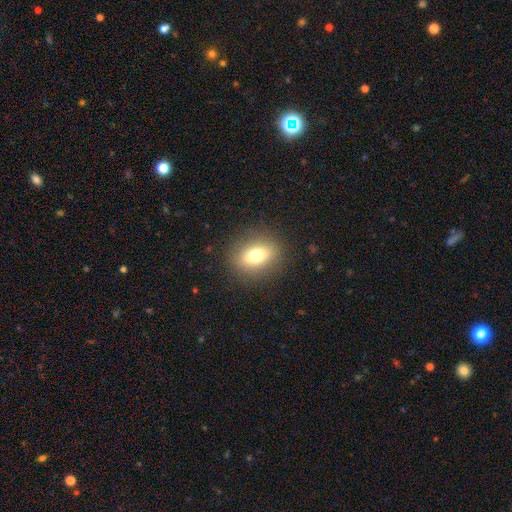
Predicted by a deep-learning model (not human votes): Q: Smooth or featured?
A: smooth (73%); runner-up: featured or disk (16%)
Q: How rounded?
A: in between (55%); runner-up: round (43%)
Q: Merging?
A: none (86%); runner-up: minor disturbance (9%)